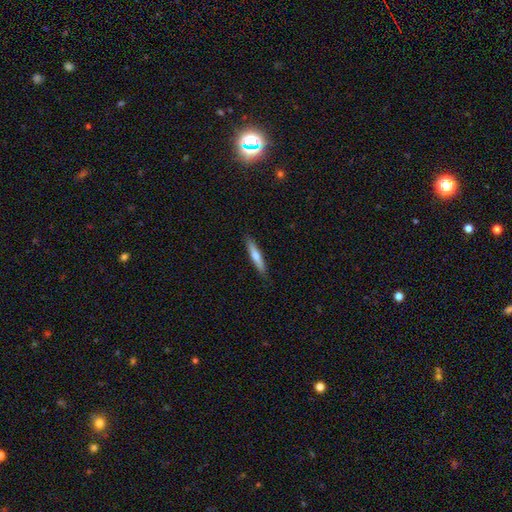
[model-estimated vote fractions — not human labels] Q: Smooth or featured?
A: smooth (58%); runner-up: featured or disk (37%)
Q: How rounded?
A: cigar-shaped (89%); runner-up: in between (10%)
Q: Merging?
A: none (89%); runner-up: minor disturbance (9%)